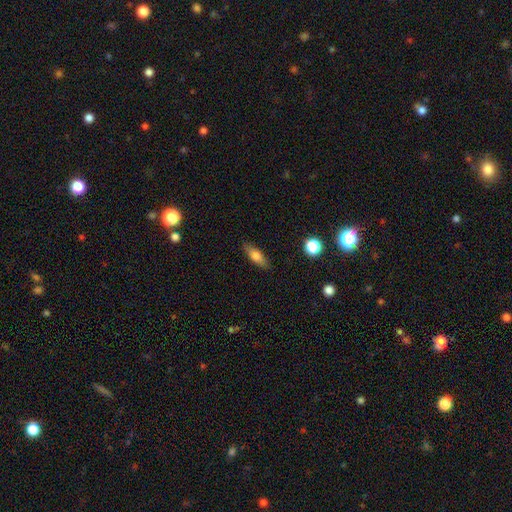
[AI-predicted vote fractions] This is likely a smooth galaxy (66%). How rounded: possibly in between (56%). Merging: clearly none (87%).